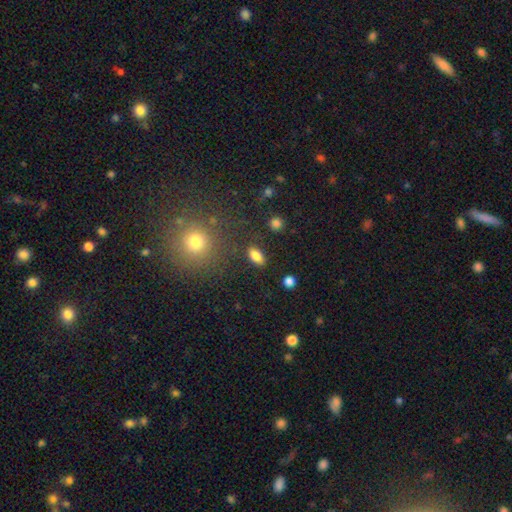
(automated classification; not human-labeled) Smooth or featured? smooth (85%)
How rounded? in between (90%)
Merging? none (86%)